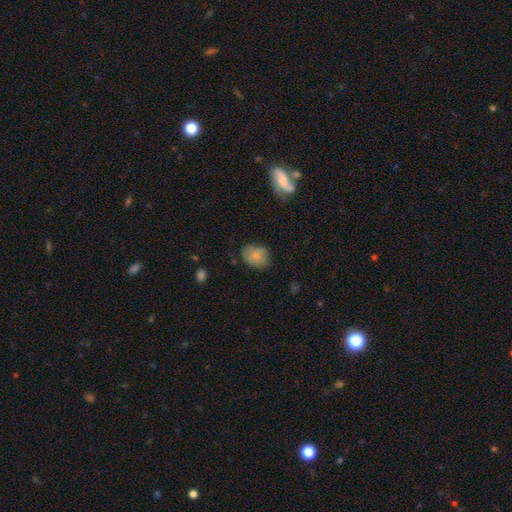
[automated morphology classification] smooth_or_featured: smooth (p=0.72) [alt: featured or disk p=0.19]
how_rounded: in between (p=0.52) [alt: round p=0.47]
merging: none (p=0.64) [alt: minor disturbance p=0.26]